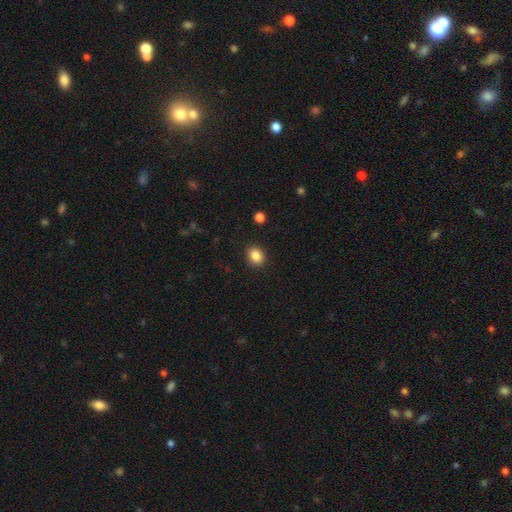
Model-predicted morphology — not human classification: Q: Smooth or featured?
A: smooth (86%); runner-up: star or artifact (10%)
Q: How rounded?
A: round (63%); runner-up: in between (36%)
Q: Merging?
A: none (90%); runner-up: minor disturbance (7%)